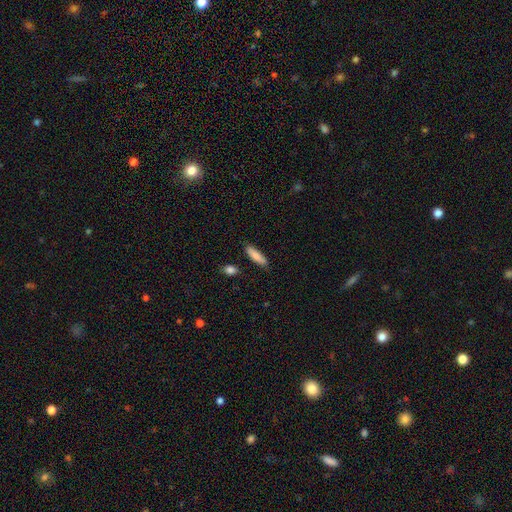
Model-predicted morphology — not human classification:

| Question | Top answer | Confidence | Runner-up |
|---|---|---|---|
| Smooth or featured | smooth | 84% | featured or disk (10%) |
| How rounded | cigar-shaped | 62% | in between (36%) |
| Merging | none | 86% | minor disturbance (10%) |